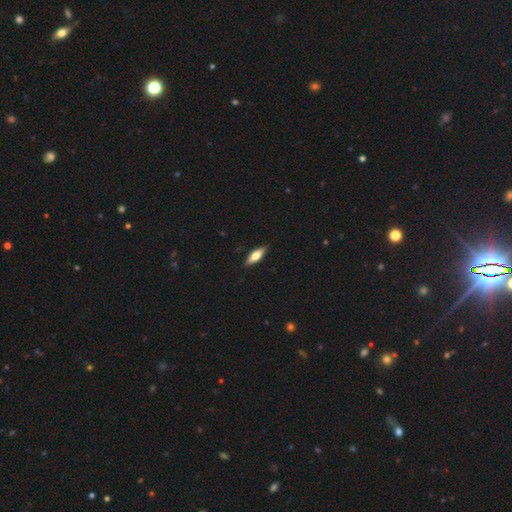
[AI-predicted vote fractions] This appears to be a smooth galaxy with no disk features (55%) that is in between round and cigar-shaped (49%, tied with cigar-shaped). Merging: none (89%).